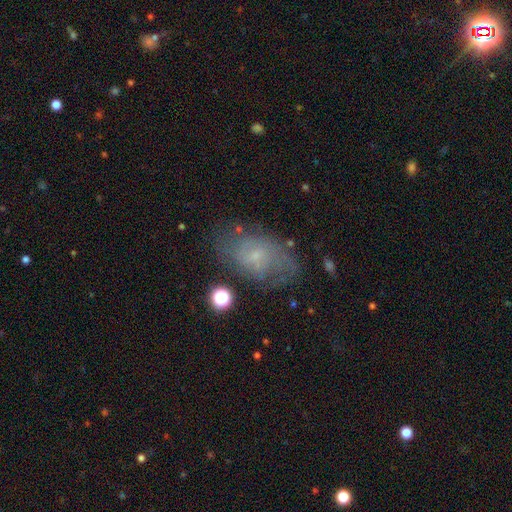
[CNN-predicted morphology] A featured or disk galaxy (62%) with no bar (60%), spiral arms (82%) and a small central bulge (72%). Merging: none (66%).